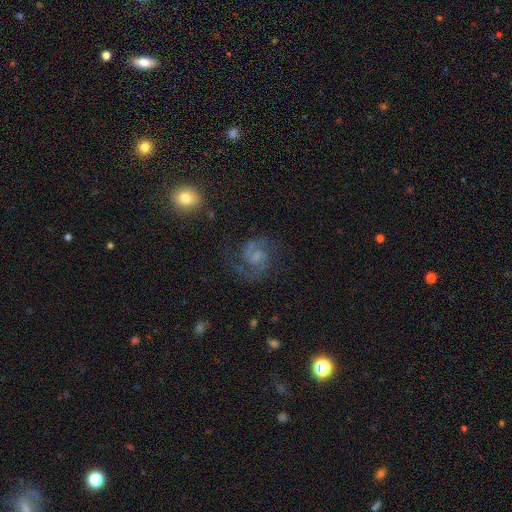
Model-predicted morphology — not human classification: Smooth or featured: featured or disk — 89% (star or artifact — 6%)
Edge-on disk: no — 98% (yes — 2%)
Bar: weak — 50% (no — 39%)
Spiral arms: yes — 98% (no — 2%)
Spiral winding: medium — 63% (tight — 19%)
Spiral arm count: 2 — 93% (can't tell — 2%)
Bulge size: small — 40% (none — 37%)
Merging: none — 75% (minor disturbance — 15%)